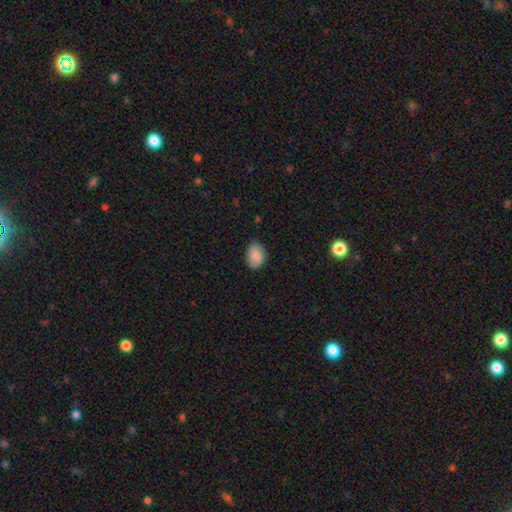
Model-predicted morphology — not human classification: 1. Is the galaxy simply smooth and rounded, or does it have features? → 84% smooth, 9% featured or disk, 7% star or artifact.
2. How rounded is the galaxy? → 73% in between, 26% round, 1% cigar-shaped.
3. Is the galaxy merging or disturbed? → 79% none, 17% minor disturbance, 3% major disturbance, 1% merger.